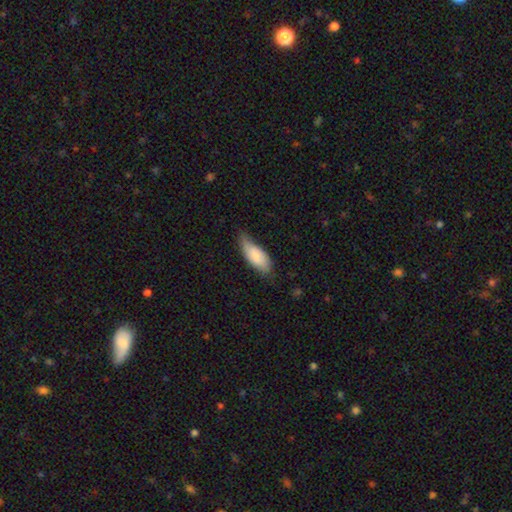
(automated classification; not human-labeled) smooth_or_featured: smooth (p=0.83) [alt: featured or disk p=0.11]
how_rounded: in between (p=0.79) [alt: cigar-shaped p=0.19]
merging: none (p=0.51) [alt: minor disturbance p=0.39]